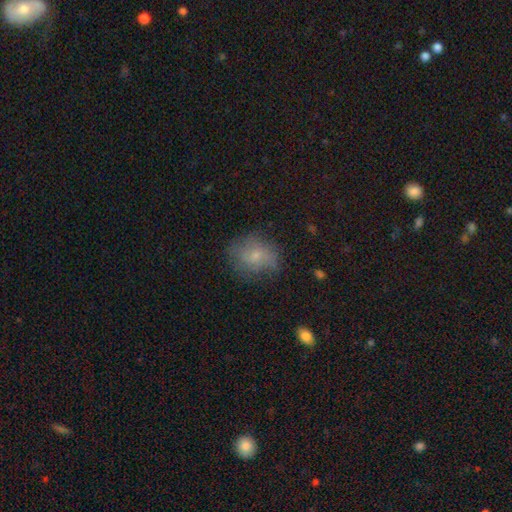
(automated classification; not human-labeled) Morphology: type=smooth (62%); roundness=round (57%); merging=none (67%).